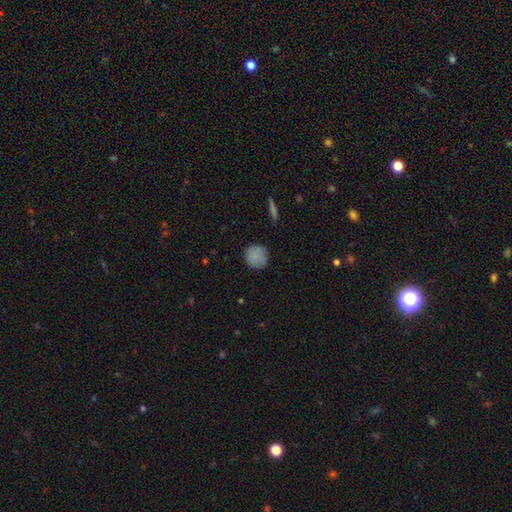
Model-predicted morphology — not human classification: Overall: smooth (85%). How rounded: round (92%). Merging: none (83%).